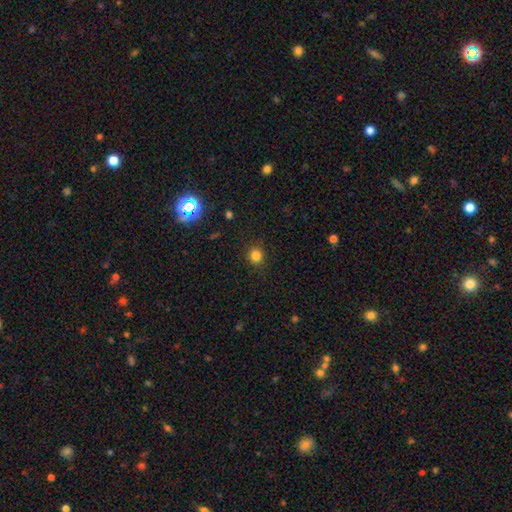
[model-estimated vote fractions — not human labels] smooth_or_featured: smooth (p=0.81) [alt: star or artifact p=0.15]
how_rounded: round (p=0.90) [alt: in between p=0.09]
merging: none (p=0.89) [alt: minor disturbance p=0.07]